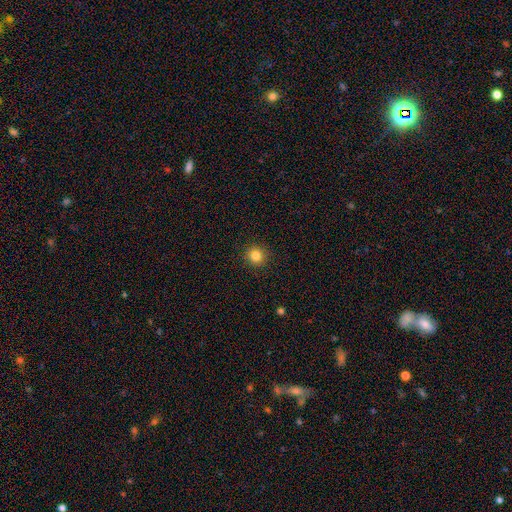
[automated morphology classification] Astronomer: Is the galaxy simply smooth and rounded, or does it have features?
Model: smooth — 84%.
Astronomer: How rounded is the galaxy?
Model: round — 93%.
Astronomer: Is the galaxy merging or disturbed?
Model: none — 92%.